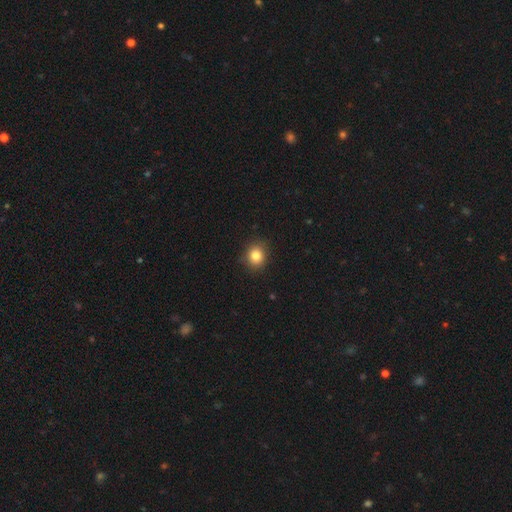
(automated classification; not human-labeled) smooth_or_featured: smooth (p=0.83) [alt: star or artifact p=0.11]
how_rounded: round (p=0.76) [alt: in between p=0.23]
merging: none (p=0.88) [alt: minor disturbance p=0.09]